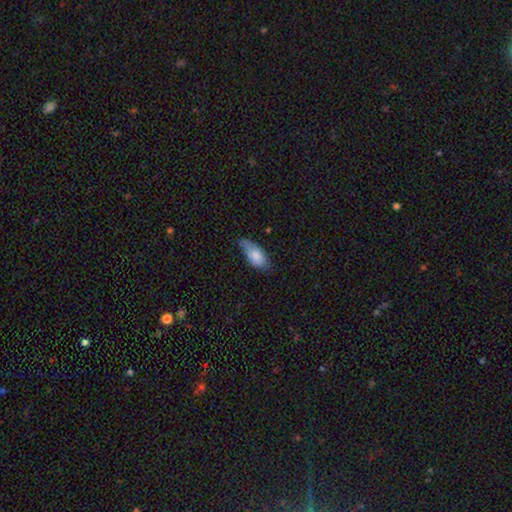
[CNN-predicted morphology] Smooth or featured? smooth (78%)
How rounded? in between (89%)
Merging? none (45%)